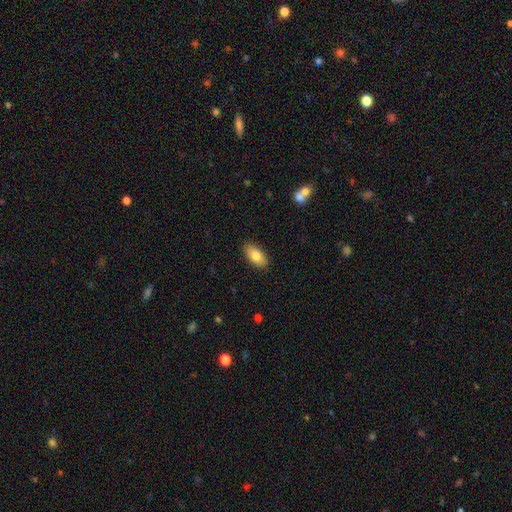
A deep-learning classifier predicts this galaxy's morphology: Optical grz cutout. It shows a smooth galaxy with no disk features (81%) that is in between round and cigar-shaped (91%). Merging: none (88%).